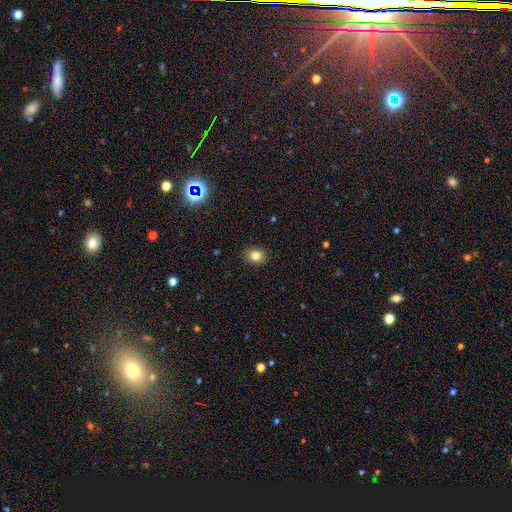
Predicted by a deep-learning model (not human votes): Overall: smooth (82%). How rounded: round (70%). Merging: none (90%).